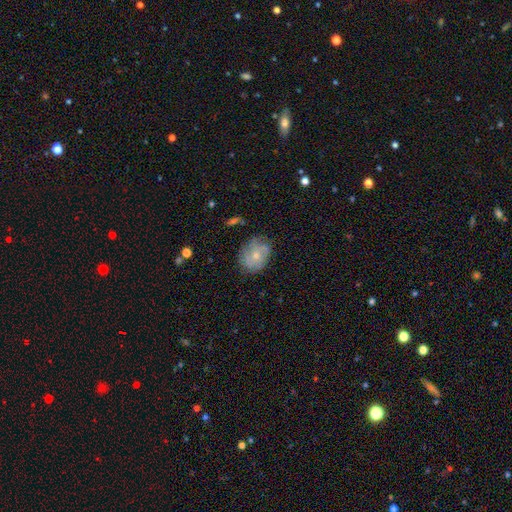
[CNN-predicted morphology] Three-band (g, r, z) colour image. It shows a featured or disk galaxy (48%). Merging: none (64%).